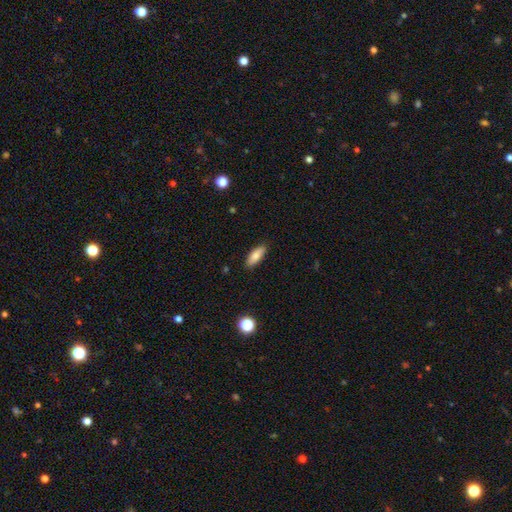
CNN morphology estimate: type=smooth (83%); roundness=in between (75%); merging=none (88%).